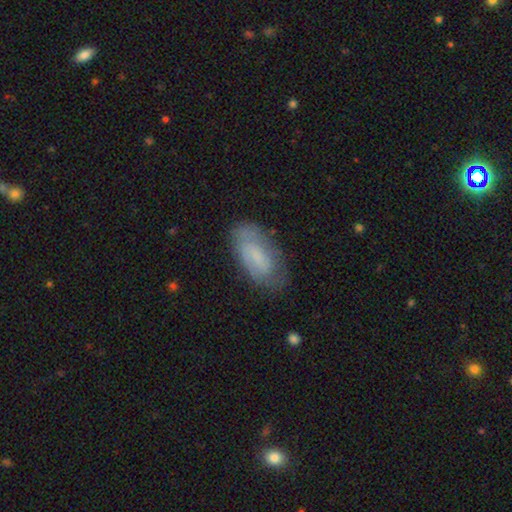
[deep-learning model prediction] smooth 54%, featured or disk 39%, star or artifact 7%. Down the decision tree: how rounded — in between (89%); merging — none (69%).